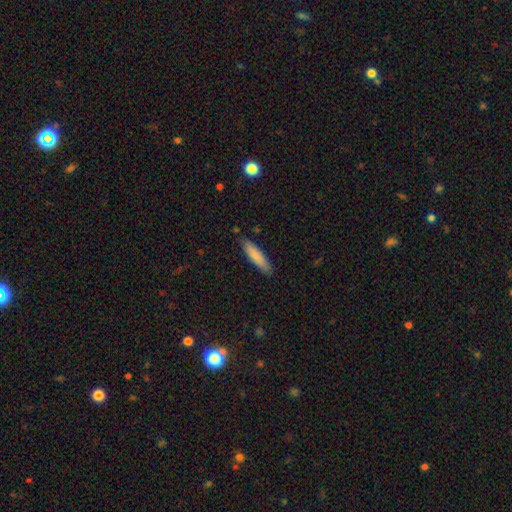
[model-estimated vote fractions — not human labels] A smooth galaxy with no disk features (84%) that is cigar-shaped (74%).

Vote fractions:
- Smooth or featured? smooth: 84% / featured or disk: 10% / star or artifact: 6%
- How rounded? cigar-shaped: 74% / in between: 25% / round: 1%
- Merging? none: 85% / minor disturbance: 12% / major disturbance: 2% / merger: 2%